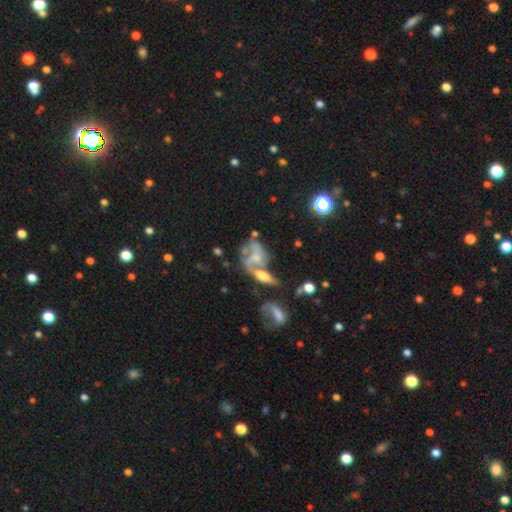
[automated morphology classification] Q: Smooth or featured?
A: featured or disk (64%); runner-up: smooth (26%)
Q: Edge-on disk?
A: no (95%); runner-up: yes (5%)
Q: Bar?
A: no (71%); runner-up: weak (23%)
Q: Spiral arms?
A: yes (67%); runner-up: no (33%)
Q: Bulge size?
A: small (45%); runner-up: moderate (32%)
Q: Merging?
A: merger (41%); runner-up: none (24%)